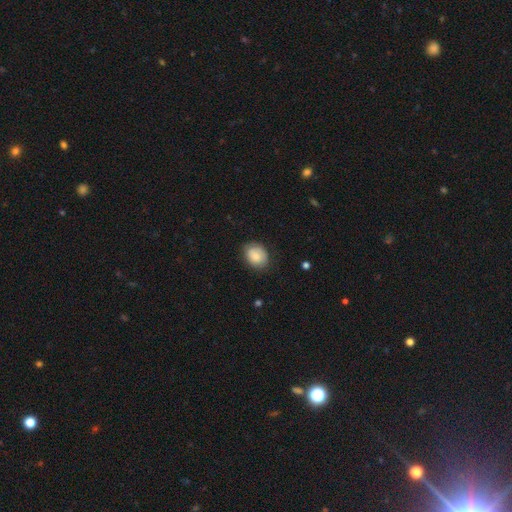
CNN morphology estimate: type=smooth (78%); roundness=in between (56%); merging=none (78%).